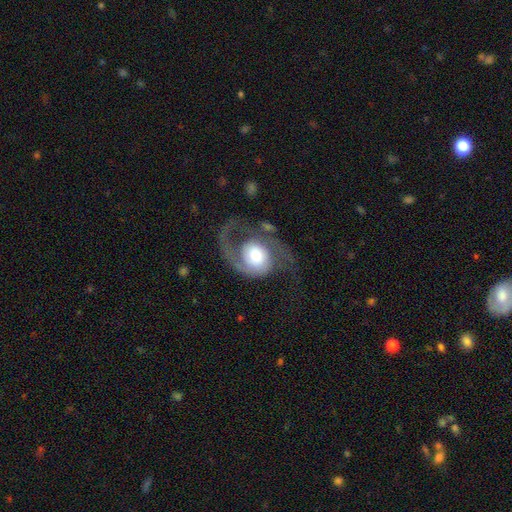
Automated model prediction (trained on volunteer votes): Overall: featured or disk (78%). Edge-on disk: no (97%). Bar: no (70%). Spiral arms: yes (92%). Spiral arm count: 2 (76%). Spiral winding: medium (44%; loose 41%). Bulge size: moderate (50%; large 26%). Merging: none (46%; major disturbance 35%).